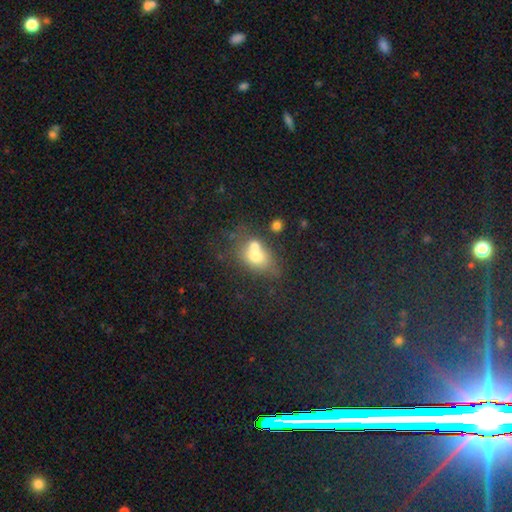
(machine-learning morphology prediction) Overall: smooth (65%). How rounded: in between (56%; round 42%). Merging: merger (53%; none 30%).